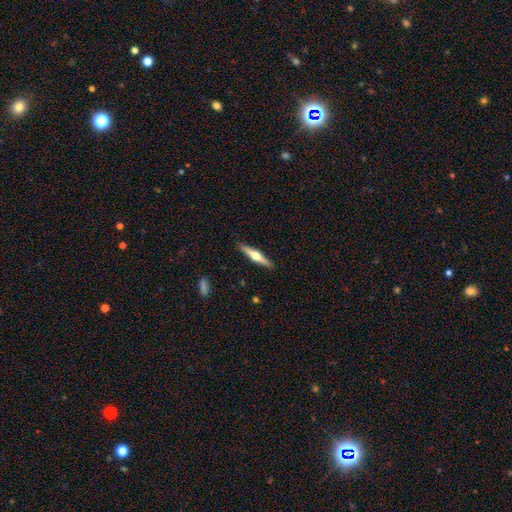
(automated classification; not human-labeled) featured or disk 64%, smooth 31%, star or artifact 5%. Down the decision tree: edge-on disk — yes (97%); edge-on bulge — rounded (94%); merging — none (91%).